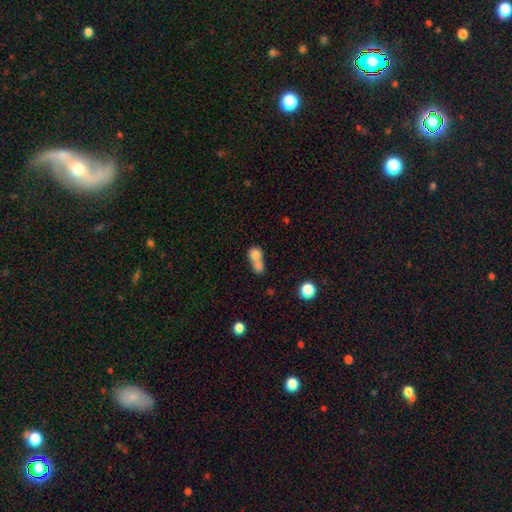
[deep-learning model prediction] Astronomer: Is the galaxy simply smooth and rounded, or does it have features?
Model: smooth — 76%.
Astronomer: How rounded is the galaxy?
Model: round — 65%.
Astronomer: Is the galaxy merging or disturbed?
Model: merger — 68%.